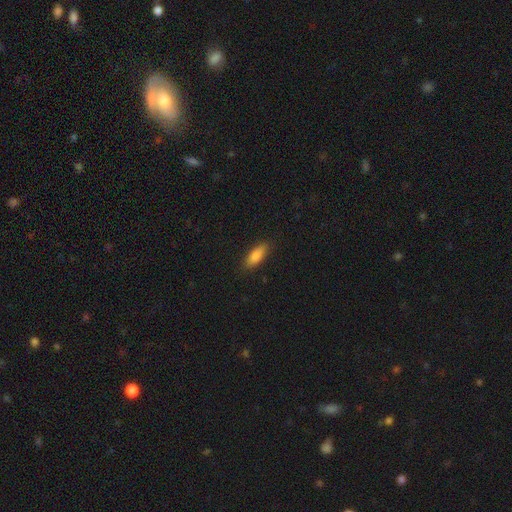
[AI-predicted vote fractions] A smooth galaxy with no disk features (85%) that is in between round and cigar-shaped (70%).

Vote fractions:
- Smooth or featured? smooth: 85% / featured or disk: 9% / star or artifact: 7%
- How rounded? in between: 70% / cigar-shaped: 27% / round: 2%
- Merging? none: 85% / minor disturbance: 12% / major disturbance: 2% / merger: 1%